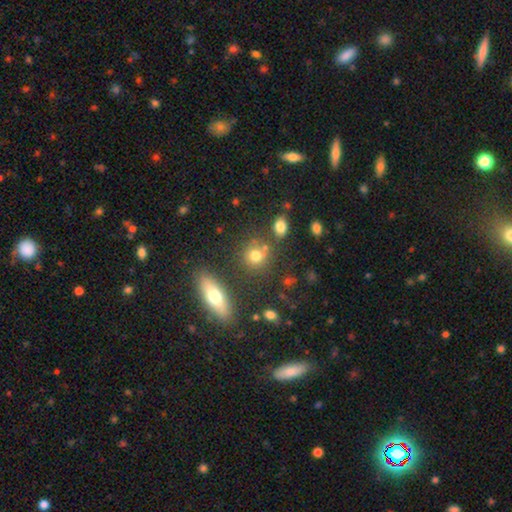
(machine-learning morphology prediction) Q: Smooth or featured?
A: smooth (74%); runner-up: star or artifact (15%)
Q: How rounded?
A: round (80%); runner-up: in between (18%)
Q: Merging?
A: none (69%); runner-up: merger (14%)